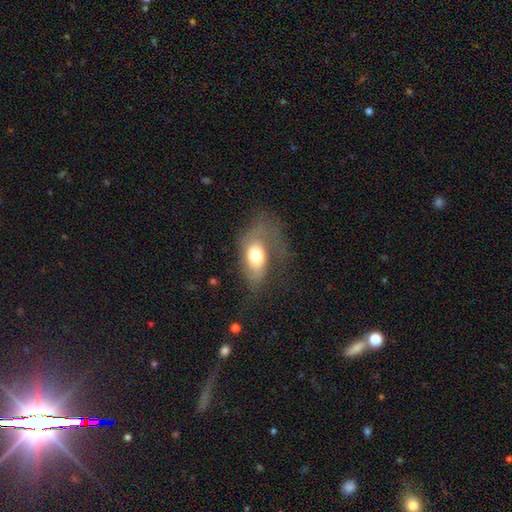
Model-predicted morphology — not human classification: The model was most divided on "merging": major disturbance: 39%, none: 32%, minor disturbance: 26%, merger: 2%. More confident: how rounded — in between (85%); smooth or featured — smooth (62%).